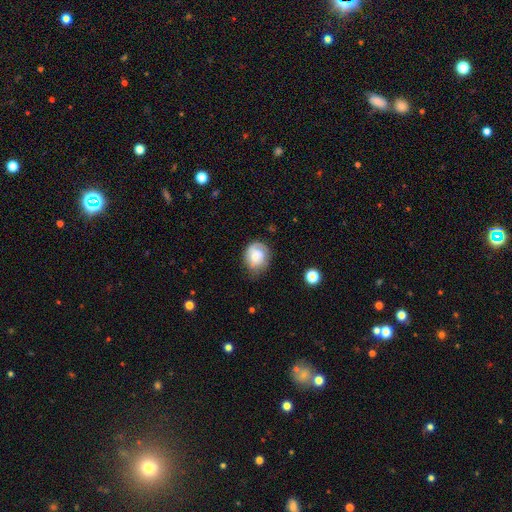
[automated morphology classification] This appears to be a smooth galaxy with no disk features (49%). Merging: none (57%).